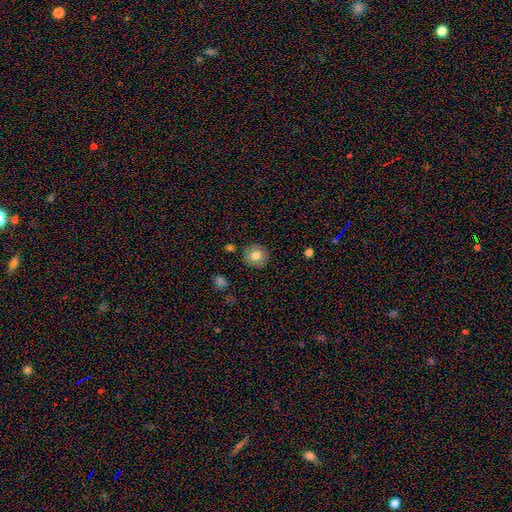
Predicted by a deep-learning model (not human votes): smooth 79%, featured or disk 12%, star or artifact 9%. Down the decision tree: how rounded — round (89%); merging — none (88%).